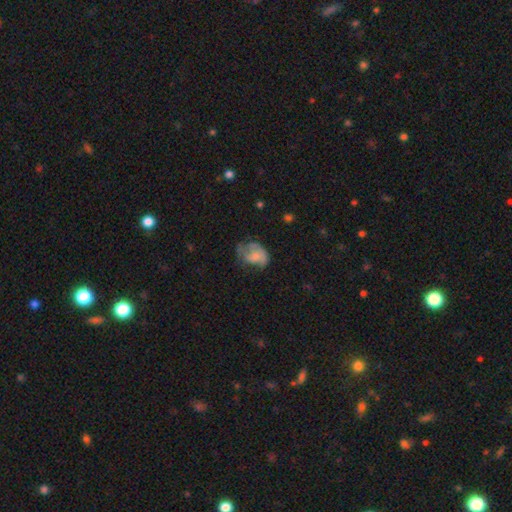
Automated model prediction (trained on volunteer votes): Morphology: type=smooth (52%); roundness=in between (68%); merging=major disturbance (36%).